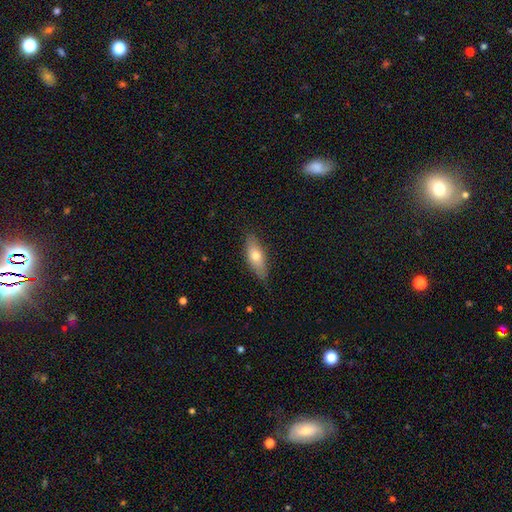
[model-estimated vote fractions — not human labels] A smooth galaxy with no disk features (67%) that is in between round and cigar-shaped (64%).

Vote fractions:
- Smooth or featured? smooth: 67% / featured or disk: 27% / star or artifact: 6%
- How rounded? in between: 64% / cigar-shaped: 33% / round: 3%
- Merging? none: 82% / minor disturbance: 14% / major disturbance: 2% / merger: 1%